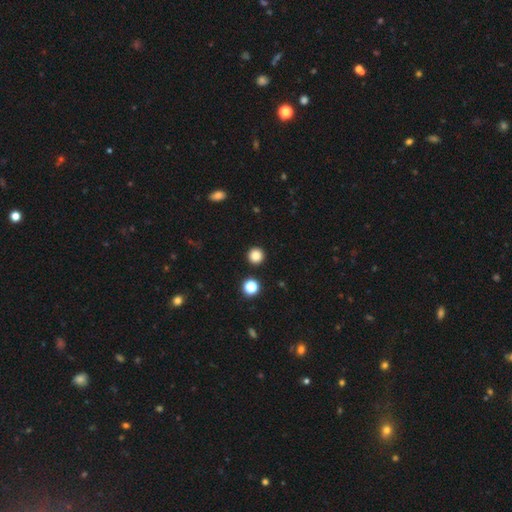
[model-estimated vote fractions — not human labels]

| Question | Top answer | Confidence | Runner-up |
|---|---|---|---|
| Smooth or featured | smooth | 85% | star or artifact (11%) |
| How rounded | round | 95% | in between (4%) |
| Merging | none | 92% | minor disturbance (5%) |